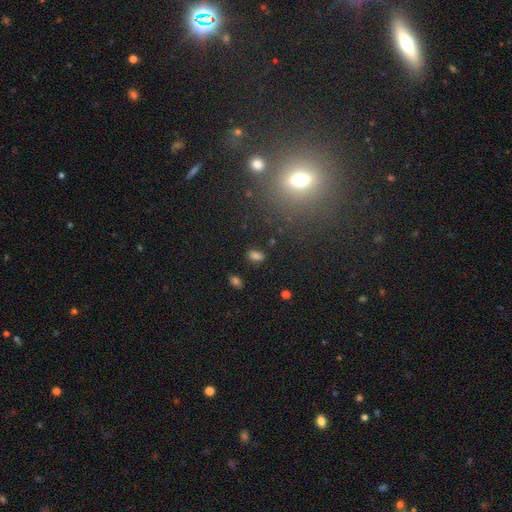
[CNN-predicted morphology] Smooth or featured: smooth — 75% (star or artifact — 16%)
How rounded: in between — 88% (round — 8%)
Merging: none — 78% (minor disturbance — 13%)